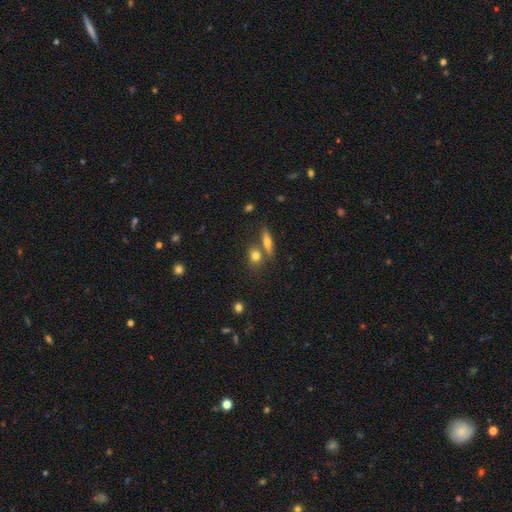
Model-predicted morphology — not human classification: This appears to be a smooth galaxy with no disk features (74%) that is round (49%). Merging: none (55%).